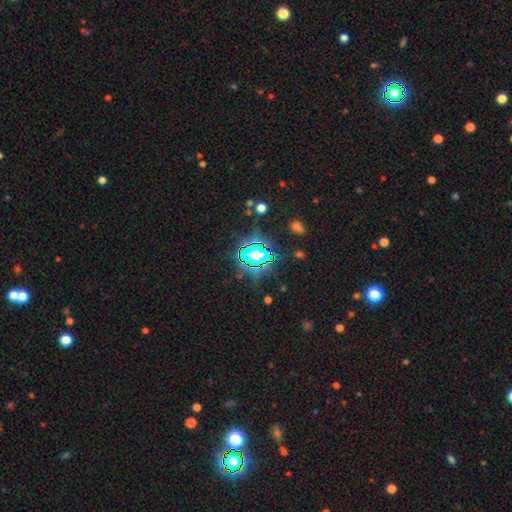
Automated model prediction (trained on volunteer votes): The model was most divided on "smooth or featured": star or artifact: 64%, smooth: 23%, featured or disk: 12%.